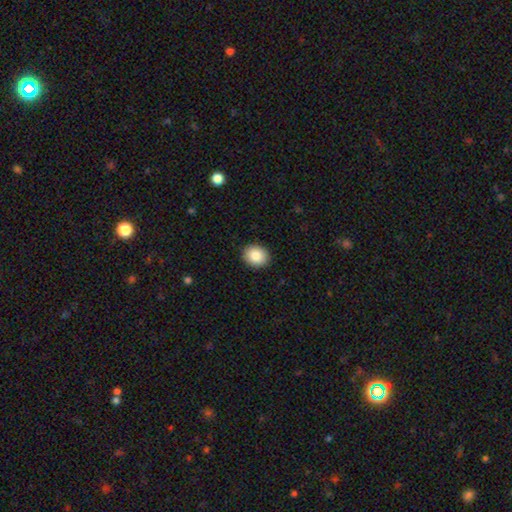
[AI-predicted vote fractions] A smooth galaxy with no disk features (85%) that is round (68%).

Vote fractions:
- Smooth or featured? smooth: 85% / star or artifact: 8% / featured or disk: 7%
- How rounded? round: 68% / in between: 31% / cigar-shaped: 1%
- Merging? none: 91% / minor disturbance: 6% / major disturbance: 2% / merger: 1%